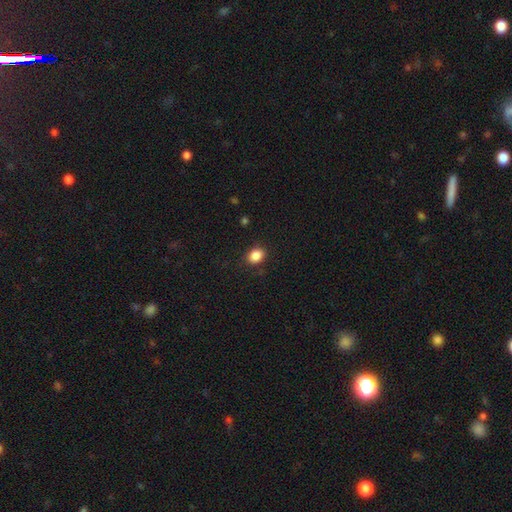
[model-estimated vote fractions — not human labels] This appears to be a smooth galaxy with no disk features (87%) that is in between round and cigar-shaped (57%). Merging: none (86%).